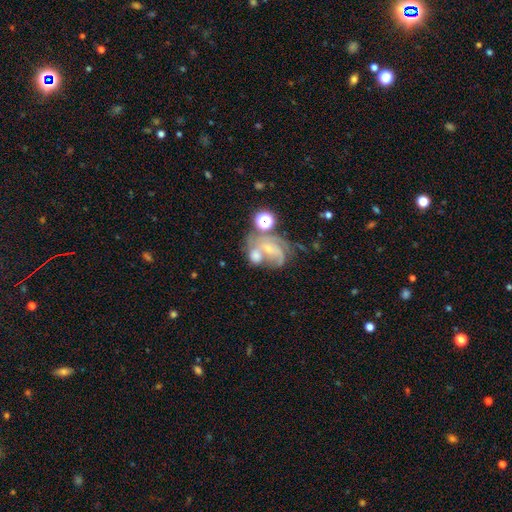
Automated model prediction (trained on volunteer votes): Q: Smooth or featured?
A: featured or disk (62%); runner-up: smooth (23%)
Q: Edge-on disk?
A: no (97%); runner-up: yes (3%)
Q: Bar?
A: no (63%); runner-up: weak (28%)
Q: Spiral arms?
A: yes (80%); runner-up: no (20%)
Q: Bulge size?
A: small (61%); runner-up: moderate (25%)
Q: Merging?
A: merger (46%); runner-up: none (24%)